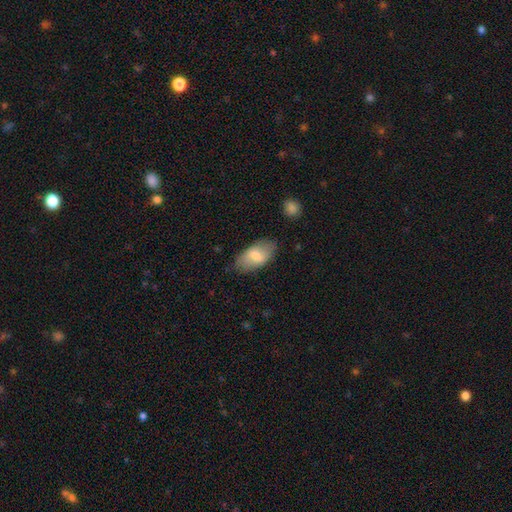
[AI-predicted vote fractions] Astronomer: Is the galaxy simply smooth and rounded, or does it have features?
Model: smooth — 66%.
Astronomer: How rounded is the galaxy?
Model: in between — 92%.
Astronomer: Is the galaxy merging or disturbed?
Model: none — 80%.